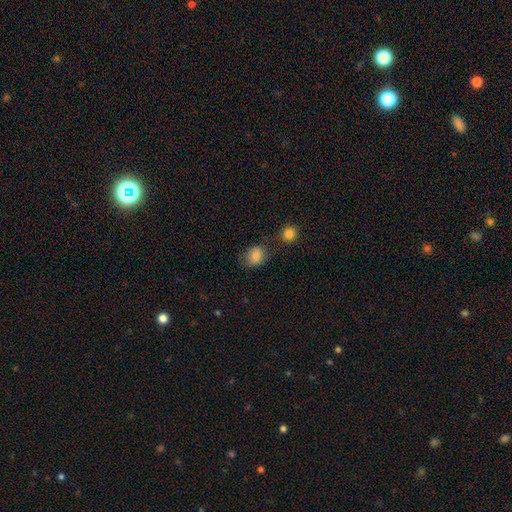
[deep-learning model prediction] Smooth or featured? Predicted: smooth (p=0.84). How rounded? Predicted: round (p=0.50). Merging? Predicted: none (p=0.62).